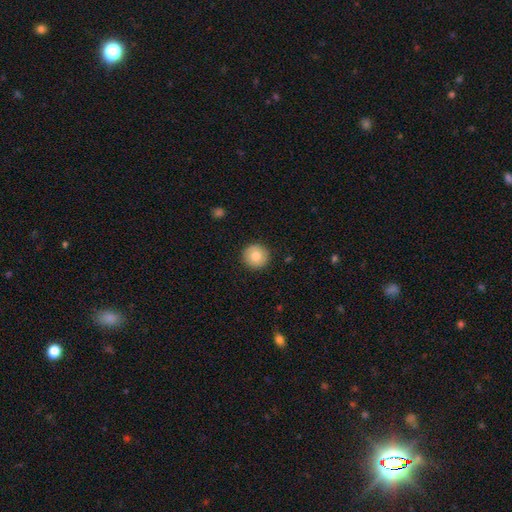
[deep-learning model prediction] This is likely a smooth galaxy (78%). How rounded: clearly round (95%). Merging: clearly none (91%).